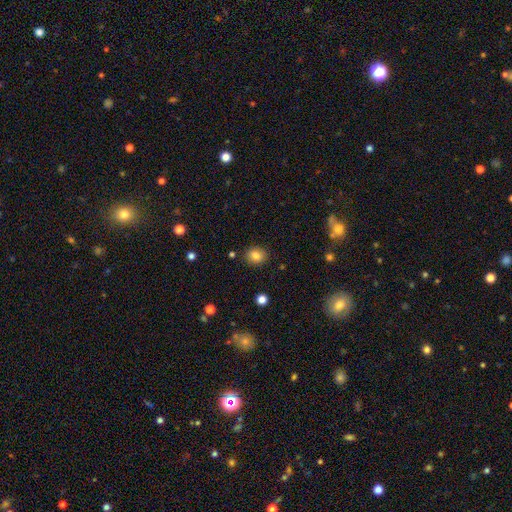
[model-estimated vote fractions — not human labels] A smooth galaxy with no disk features (83%) that is round (64%).

Vote fractions:
- Smooth or featured? smooth: 83% / star or artifact: 11% / featured or disk: 6%
- How rounded? round: 64% / in between: 35% / cigar-shaped: 1%
- Merging? none: 88% / minor disturbance: 8% / major disturbance: 2% / merger: 2%